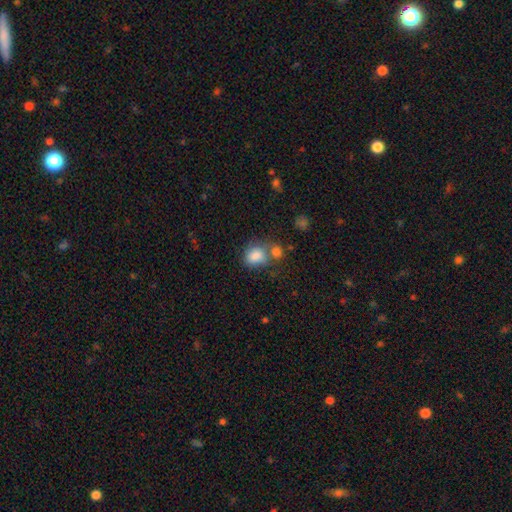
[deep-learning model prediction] The model was most divided on "merging": none: 42%, merger: 36%, minor disturbance: 15%, major disturbance: 7%. More confident: smooth or featured — smooth (83%); how rounded — in between (53%).